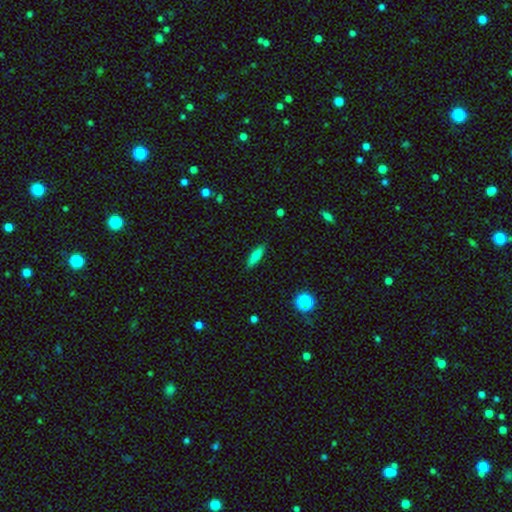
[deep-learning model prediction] Smooth or featured?
  - smooth: 71% *
  - featured or disk: 20%
  - star or artifact: 8%
How rounded?
  - cigar-shaped: 65% *
  - in between: 33%
  - round: 2%
Merging?
  - none: 88% *
  - minor disturbance: 9%
  - major disturbance: 2%
  - merger: 1%